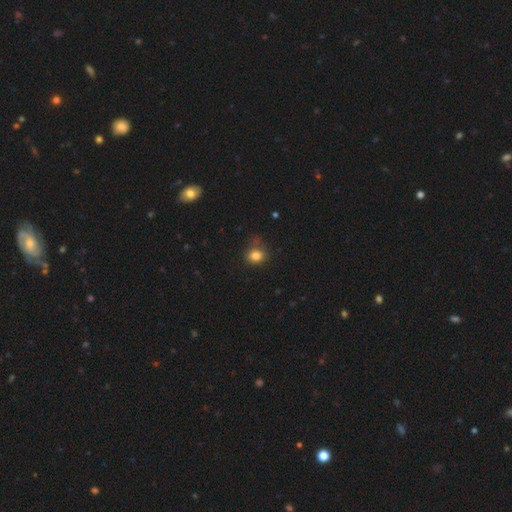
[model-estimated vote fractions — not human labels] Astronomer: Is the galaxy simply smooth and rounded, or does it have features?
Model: smooth — 81%.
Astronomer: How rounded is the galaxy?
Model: round — 67%.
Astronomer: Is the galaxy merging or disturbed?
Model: none — 65%.